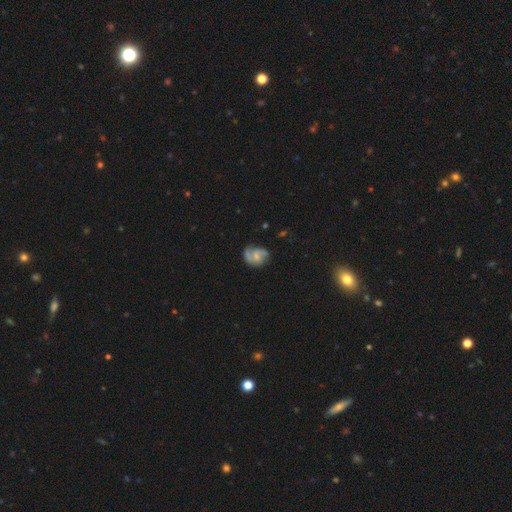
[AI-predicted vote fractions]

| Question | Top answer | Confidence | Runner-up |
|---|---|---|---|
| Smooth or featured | featured or disk | 75% | smooth (19%) |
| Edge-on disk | no | 98% | yes (2%) |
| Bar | no | 55% | weak (38%) |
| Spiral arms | yes | 93% | no (7%) |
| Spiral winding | medium | 50% | tight (25%) |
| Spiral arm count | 2 | 74% | can't tell (9%) |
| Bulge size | small | 52% | moderate (31%) |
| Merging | none | 65% | minor disturbance (23%) |